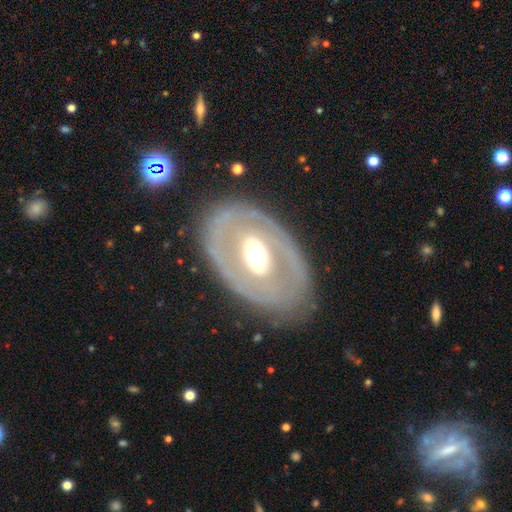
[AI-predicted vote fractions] This is likely a featured or disk galaxy (71%). It is clearly not viewed edge-on (92%). Bar: possibly no (47%). Spiral arm pattern: likely no (69%). Central bulge: likely moderate (62%). Merging: likely none (78%).